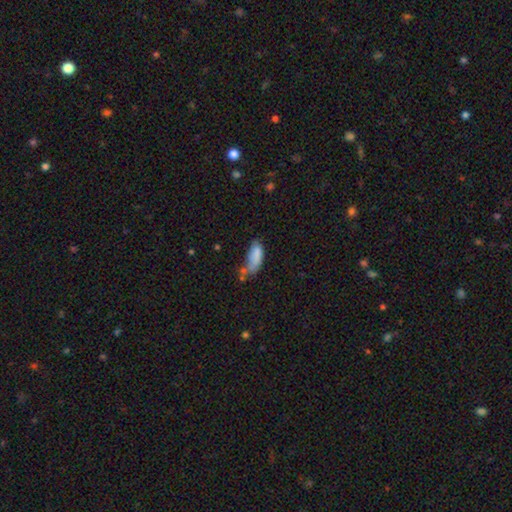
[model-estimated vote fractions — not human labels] Morphology: type=smooth (79%); roundness=in between (80%); merging=minor disturbance (32%).